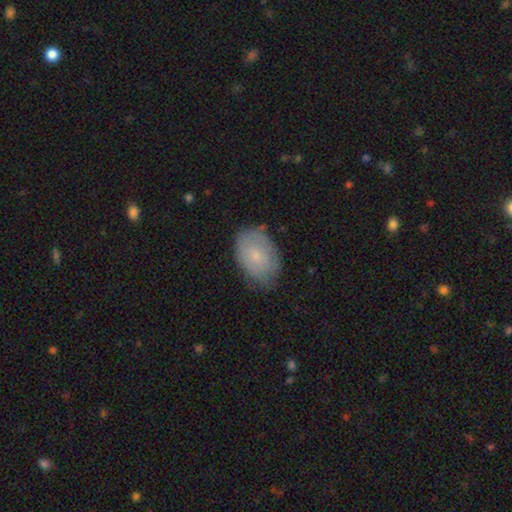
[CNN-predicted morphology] Q: Smooth or featured?
A: smooth (68%); runner-up: featured or disk (25%)
Q: How rounded?
A: in between (84%); runner-up: round (14%)
Q: Merging?
A: none (68%); runner-up: minor disturbance (25%)